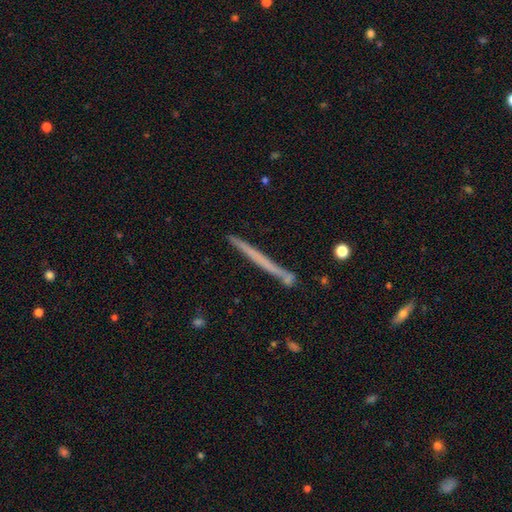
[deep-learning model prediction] Morphology: type=featured or disk (50%); merging=none (88%).